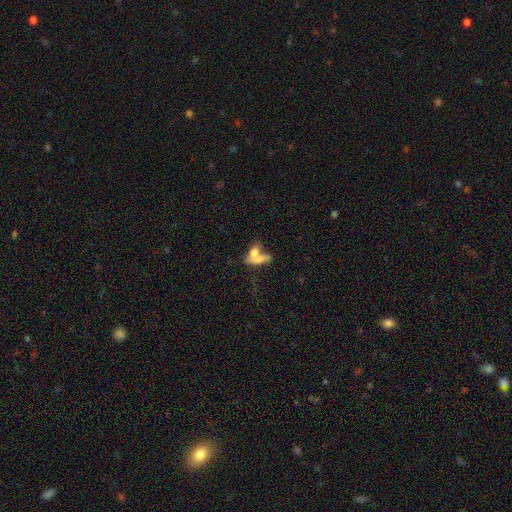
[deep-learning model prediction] This is likely a smooth galaxy (63%). How rounded: likely in between (67%). Merging: likely merger (61%).